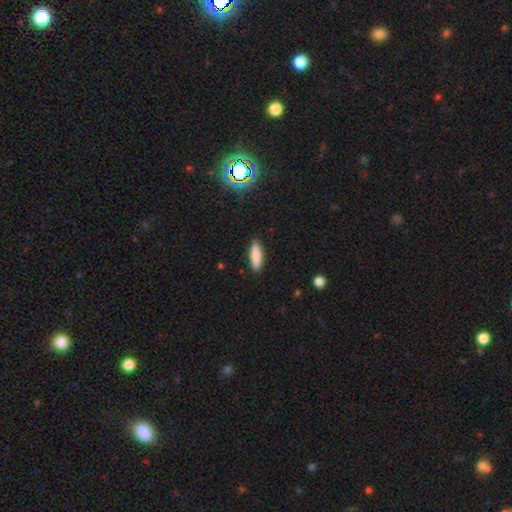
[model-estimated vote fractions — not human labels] Morphology: type=smooth (87%); roundness=cigar-shaped (52%); merging=none (89%).